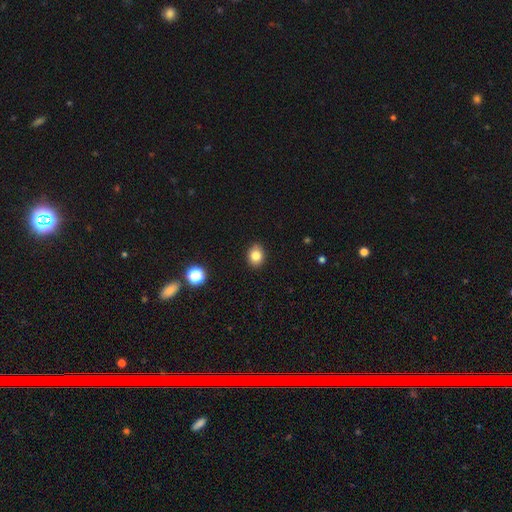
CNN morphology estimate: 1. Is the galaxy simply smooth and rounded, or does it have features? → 82% smooth, 11% star or artifact, 7% featured or disk.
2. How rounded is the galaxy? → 50% in between, 49% round, 1% cigar-shaped.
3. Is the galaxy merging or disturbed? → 87% none, 10% minor disturbance, 2% major disturbance, 1% merger.